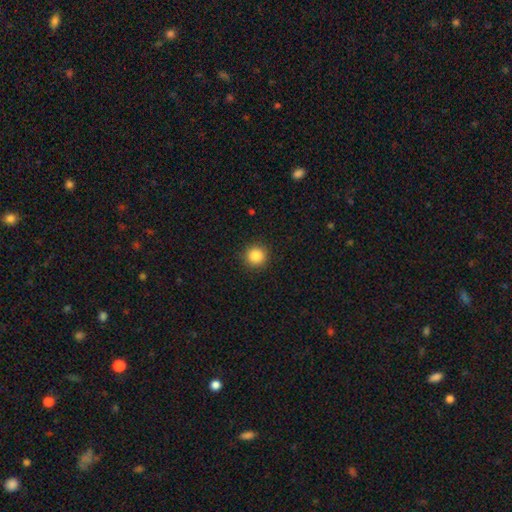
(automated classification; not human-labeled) smooth 86%, star or artifact 10%, featured or disk 4%. Down the decision tree: how rounded — round (94%); merging — none (92%).